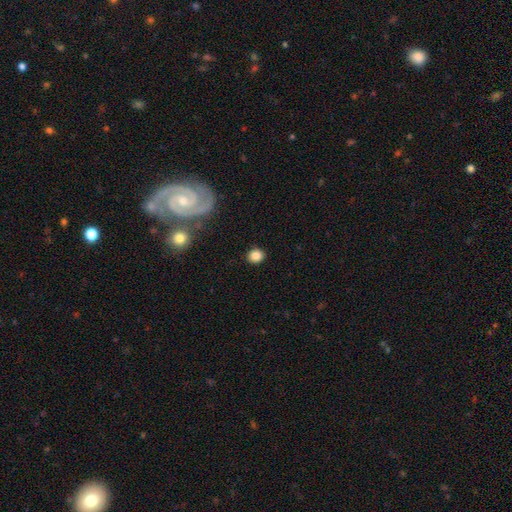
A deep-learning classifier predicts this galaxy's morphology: Smooth or featured: smooth — 85% (star or artifact — 10%)
How rounded: round — 74% (in between — 25%)
Merging: none — 88% (minor disturbance — 8%)